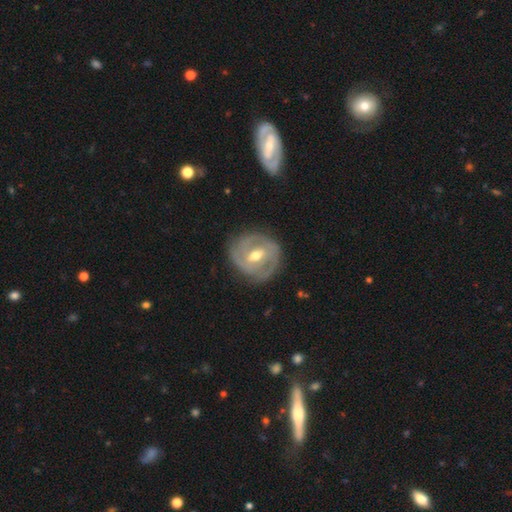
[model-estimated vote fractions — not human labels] The model was most divided on "bar": weak: 49%, strong: 30%, no: 21%. More confident: edge-on disk — no (96%); spiral arms — yes (84%); smooth or featured — featured or disk (81%); merging — none (78%); bulge size — moderate (76%); spiral winding — tight (60%); spiral arm count — 2 (55%).